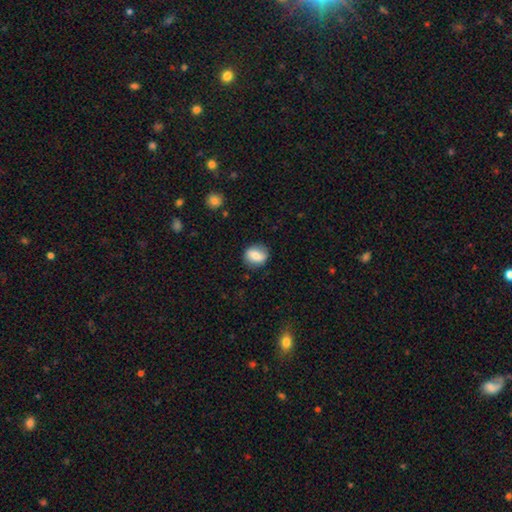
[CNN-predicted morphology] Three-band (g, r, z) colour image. It shows a smooth galaxy with no disk features (70%) that is round (63%). Merging: none (83%).